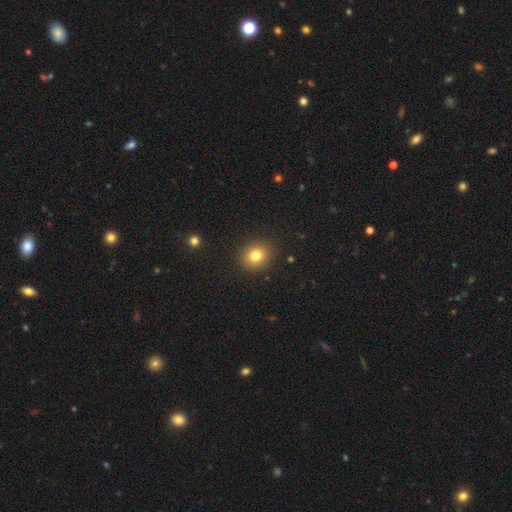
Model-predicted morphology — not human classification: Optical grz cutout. It shows a smooth galaxy with no disk features (80%) that is round (78%). Merging: none (90%).